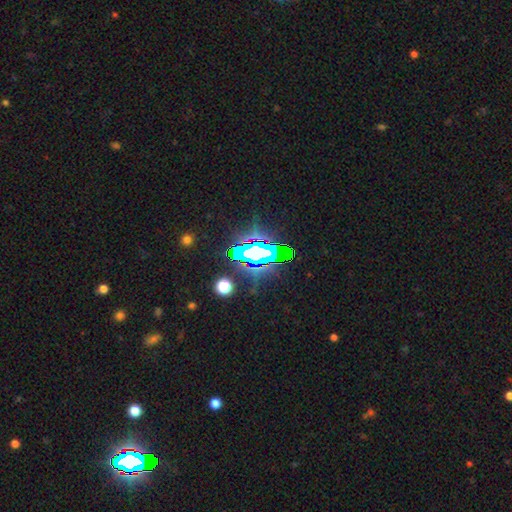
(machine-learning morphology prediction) Overall: star or artifact (69%).